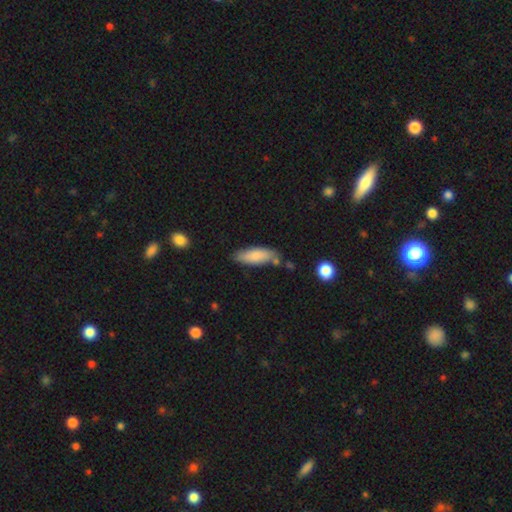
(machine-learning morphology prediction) This appears to be a smooth galaxy with no disk features (82%) that is in between round and cigar-shaped (61%). Merging: none (70%).